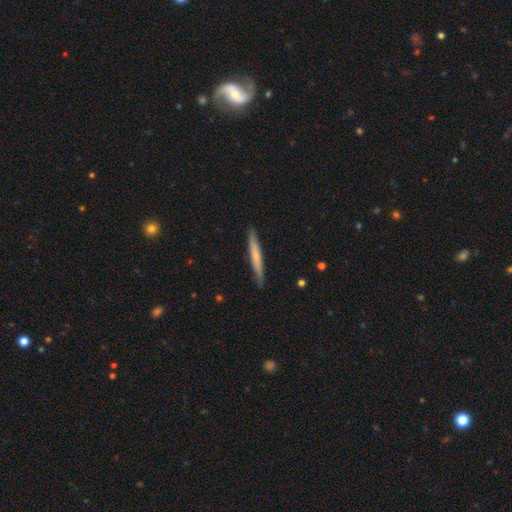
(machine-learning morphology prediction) smooth_or_featured: smooth (p=0.60) [alt: featured or disk p=0.35]
how_rounded: cigar-shaped (p=0.96) [alt: in between p=0.02]
merging: none (p=0.89) [alt: minor disturbance p=0.08]